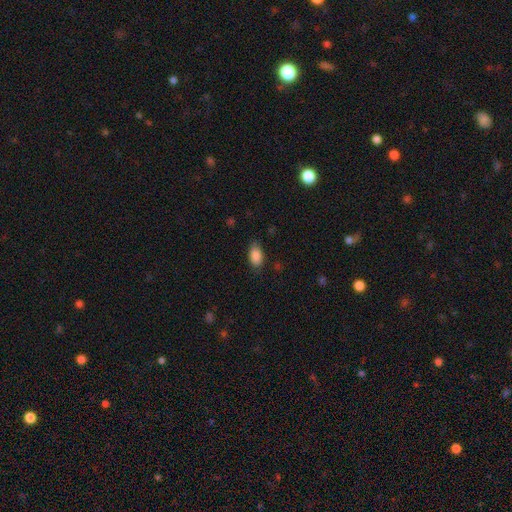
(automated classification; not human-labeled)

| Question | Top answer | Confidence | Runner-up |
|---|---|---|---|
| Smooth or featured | smooth | 88% | star or artifact (7%) |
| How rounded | in between | 91% | round (5%) |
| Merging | none | 80% | minor disturbance (16%) |